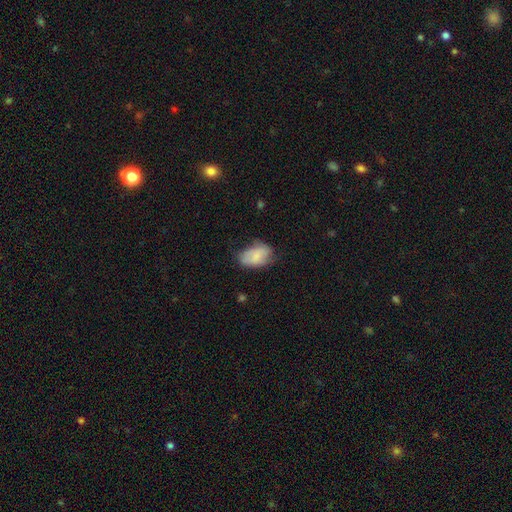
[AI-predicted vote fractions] Smooth or featured? smooth (77%)
How rounded? in between (89%)
Merging? none (50%)